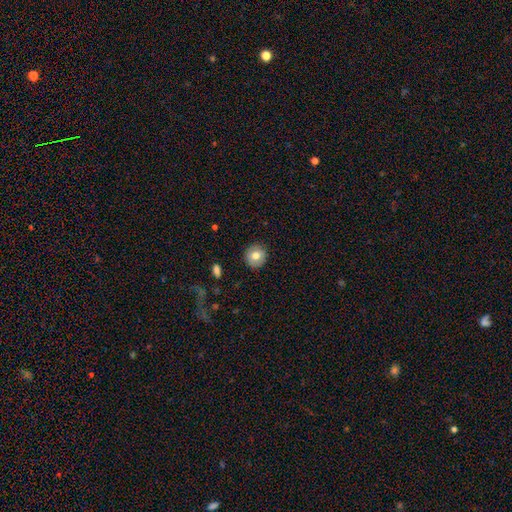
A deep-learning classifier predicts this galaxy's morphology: The model was most divided on "smooth or featured": smooth: 79%, featured or disk: 13%, star or artifact: 8%. More confident: how rounded — round (93%); merging — none (91%).